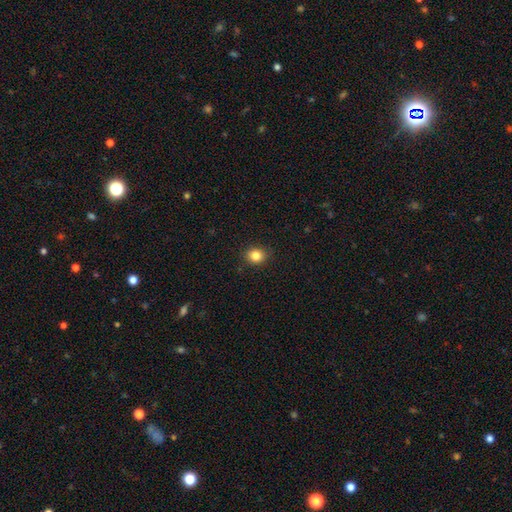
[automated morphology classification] Q: Smooth or featured?
A: smooth (83%); runner-up: star or artifact (11%)
Q: How rounded?
A: round (65%); runner-up: in between (34%)
Q: Merging?
A: none (88%); runner-up: minor disturbance (9%)